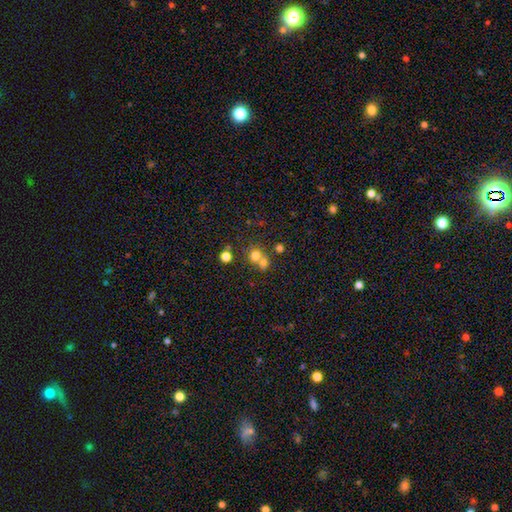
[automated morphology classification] Smooth or featured? Predicted: smooth (p=0.72). How rounded? Predicted: round (p=0.80). Merging? Predicted: merger (p=0.52).